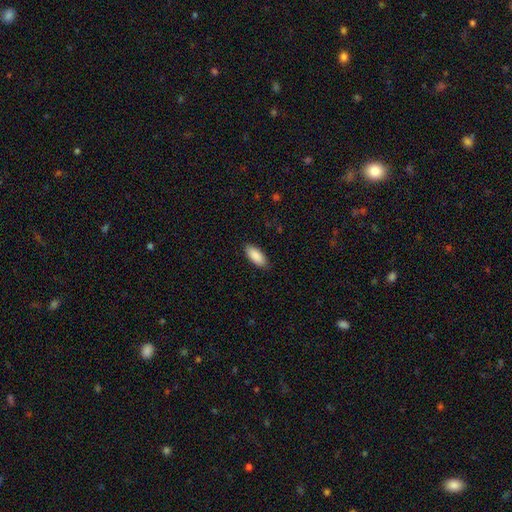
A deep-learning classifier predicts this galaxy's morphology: This appears to be a smooth galaxy with no disk features (90%) that is in between round and cigar-shaped (85%). Merging: none (88%).